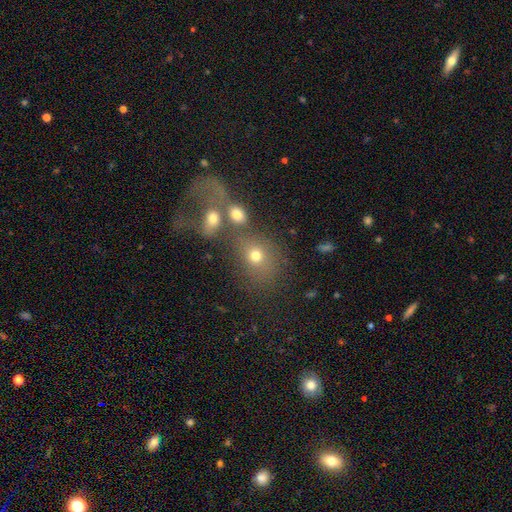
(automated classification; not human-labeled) Smooth or featured? Predicted: smooth (p=0.69). How rounded? Predicted: round (p=0.55). Merging? Predicted: none (p=0.49).